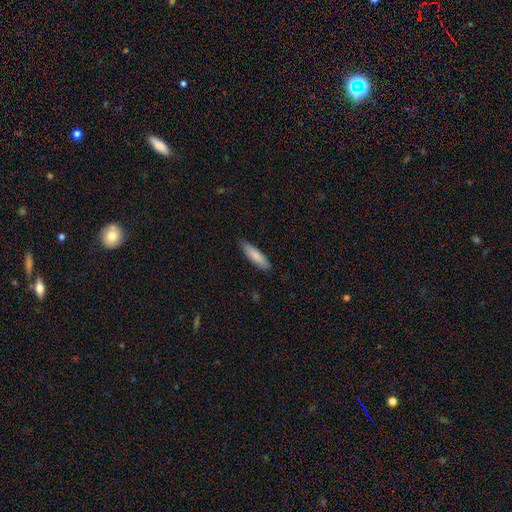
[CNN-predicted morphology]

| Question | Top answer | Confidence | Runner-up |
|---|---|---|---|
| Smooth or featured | smooth | 83% | featured or disk (12%) |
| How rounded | cigar-shaped | 66% | in between (32%) |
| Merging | none | 84% | minor disturbance (13%) |